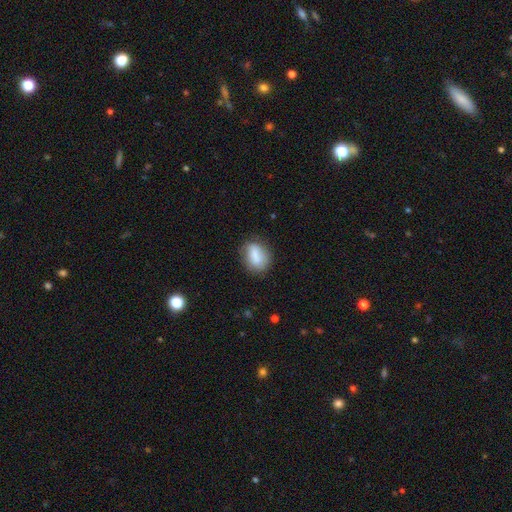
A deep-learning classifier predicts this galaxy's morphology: Smooth or featured? Predicted: smooth (p=0.80). How rounded? Predicted: in between (p=0.69). Merging? Predicted: none (p=0.70).